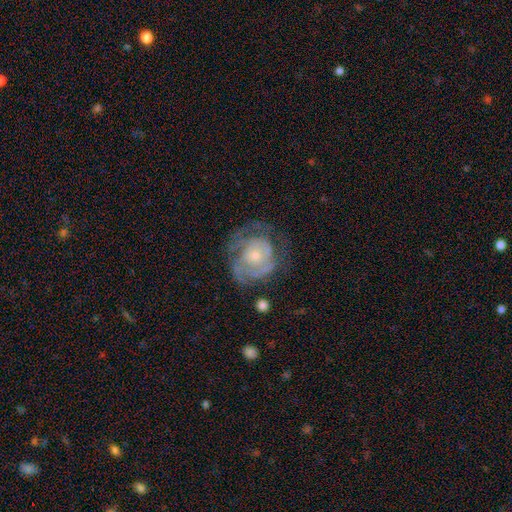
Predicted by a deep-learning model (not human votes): Smooth or featured?
  - featured or disk: 75% *
  - smooth: 19%
  - star or artifact: 7%
Edge-on disk?
  - no: 98% *
  - yes: 2%
Bar?
  - no: 82% *
  - weak: 15%
  - strong: 3%
Spiral arms?
  - yes: 78% *
  - no: 22%
Spiral winding?
  - tight: 62% *
  - medium: 27%
  - loose: 11%
Spiral arm count?
  - can't tell: 46% *
  - 2: 22%
  - 3: 14%
  - 1: 9%
  - 4: 6%
  - more than 4: 4%
Bulge size?
  - small: 67% *
  - moderate: 27%
  - none: 3%
  - large: 2%
  - dominant: 1%
Merging?
  - none: 51% *
  - major disturbance: 24%
  - minor disturbance: 23%
  - merger: 2%